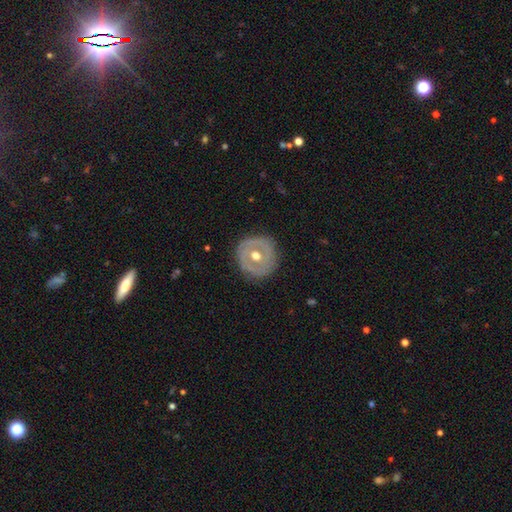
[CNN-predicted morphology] The model was most divided on "spiral arms": no: 61%, yes: 39%. More confident: edge-on disk — no (95%); merging — none (83%); bulge size — moderate (82%); bar — no (77%); smooth or featured — featured or disk (65%).